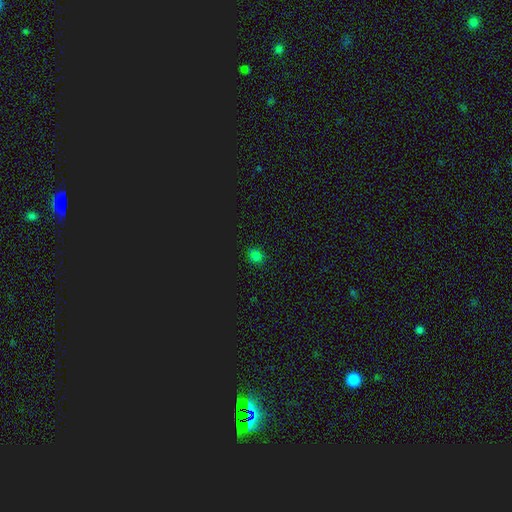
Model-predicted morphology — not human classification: A smooth galaxy with no disk features (66%) that is round (71%).

Vote fractions:
- Smooth or featured? smooth: 66% / star or artifact: 30% / featured or disk: 4%
- How rounded? round: 71% / in between: 28% / cigar-shaped: 1%
- Merging? none: 85% / minor disturbance: 11% / major disturbance: 3% / merger: 1%